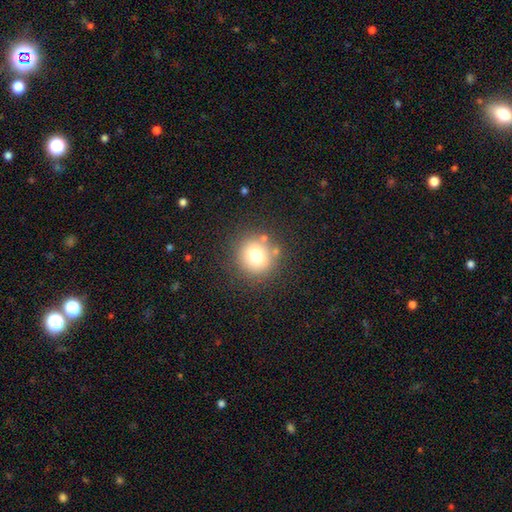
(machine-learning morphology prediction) Smooth or featured? smooth (75%)
How rounded? round (91%)
Merging? none (81%)